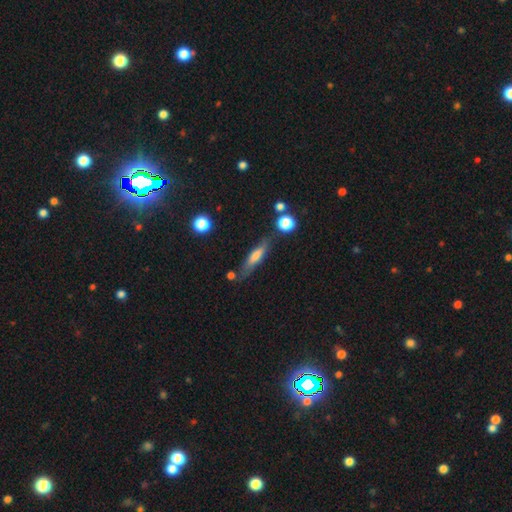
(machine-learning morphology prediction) Smooth or featured? smooth (55%)
How rounded? cigar-shaped (77%)
Merging? none (71%)